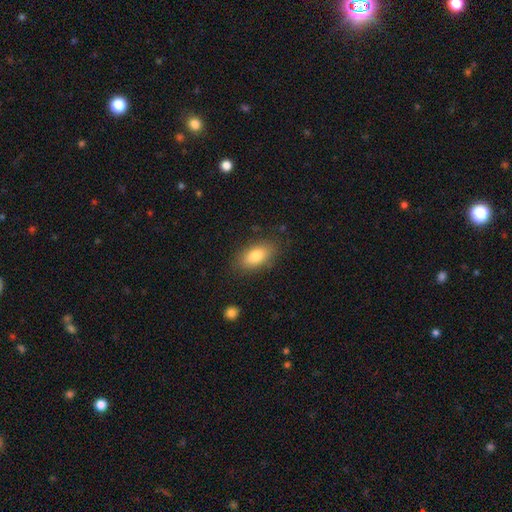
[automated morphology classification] smooth-or-featured: smooth: 81% | featured or disk: 12% | star or artifact: 7%
  how-rounded: in between: 89% | cigar-shaped: 6% | round: 5%
  merging: none: 84% | minor disturbance: 12% | major disturbance: 3% | merger: 2%